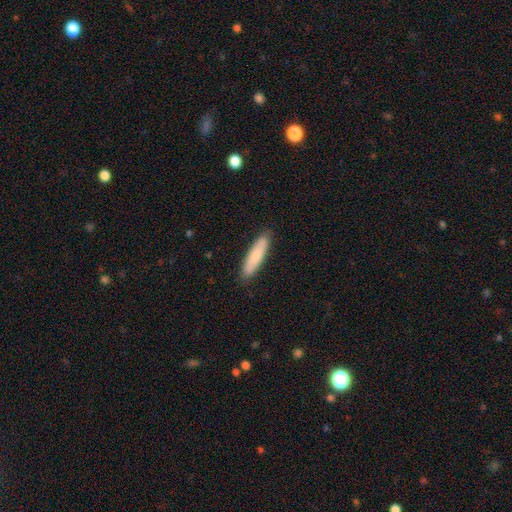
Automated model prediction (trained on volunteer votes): A smooth galaxy with no disk features (81%) that is cigar-shaped (77%).

Vote fractions:
- Smooth or featured? smooth: 81% / featured or disk: 14% / star or artifact: 5%
- How rounded? cigar-shaped: 77% / in between: 21% / round: 1%
- Merging? none: 89% / minor disturbance: 9% / major disturbance: 2% / merger: 1%